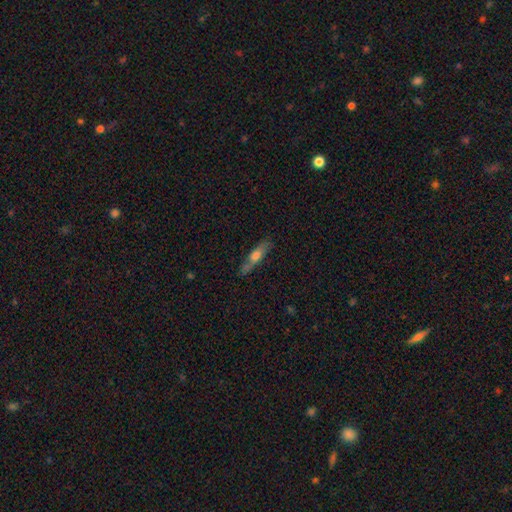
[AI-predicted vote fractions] smooth-or-featured: smooth: 55% | featured or disk: 38% | star or artifact: 7%
  how-rounded: cigar-shaped: 75% | in between: 22% | round: 3%
  merging: none: 70% | minor disturbance: 20% | merger: 6% | major disturbance: 5%